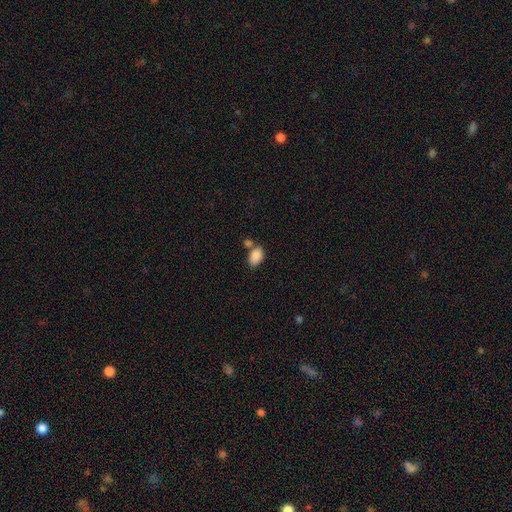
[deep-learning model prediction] Overall: smooth (87%). How rounded: in between (88%). Merging: none (56%; merger 26%).